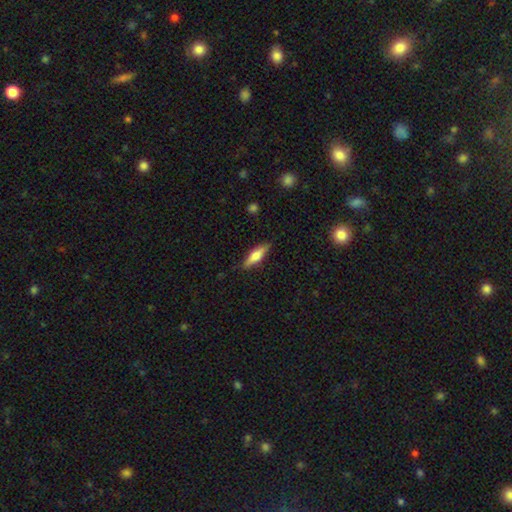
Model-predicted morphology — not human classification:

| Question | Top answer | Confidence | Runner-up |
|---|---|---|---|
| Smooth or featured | smooth | 51% | featured or disk (43%) |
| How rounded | cigar-shaped | 62% | in between (36%) |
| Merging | none | 86% | minor disturbance (11%) |